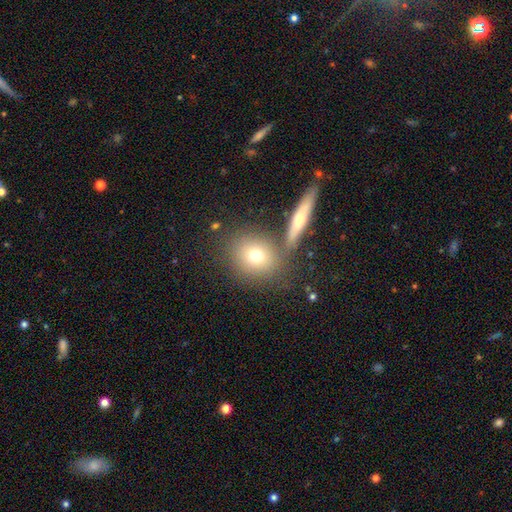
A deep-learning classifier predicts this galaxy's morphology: Smooth or featured: smooth — 73% (featured or disk — 16%)
How rounded: round — 73% (in between — 24%)
Merging: none — 68% (merger — 17%)